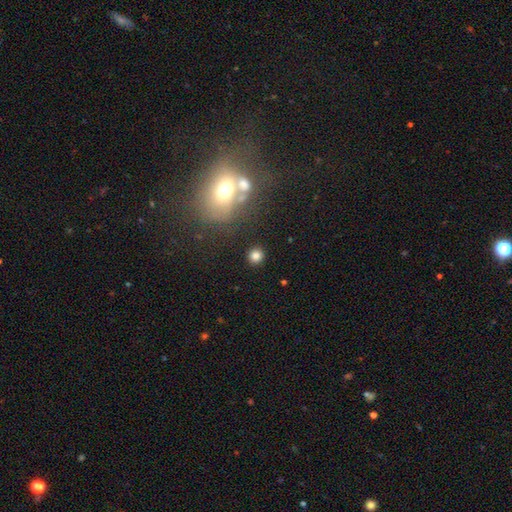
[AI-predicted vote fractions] smooth 81%, star or artifact 13%, featured or disk 6%. Down the decision tree: how rounded — round (89%); merging — none (86%).